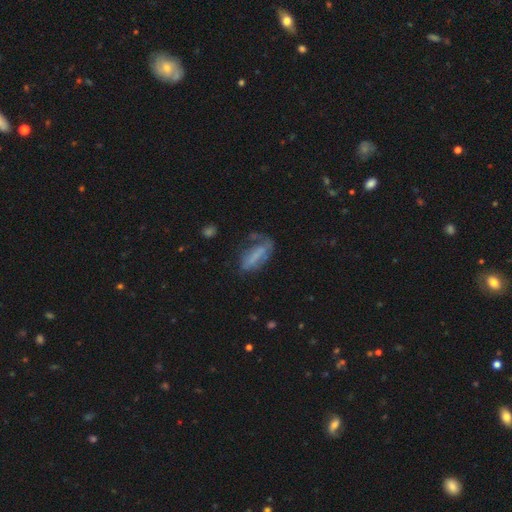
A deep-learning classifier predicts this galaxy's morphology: smooth 51%, featured or disk 38%, star or artifact 11%. Down the decision tree: how rounded — in between (62%); merging — none (37%).